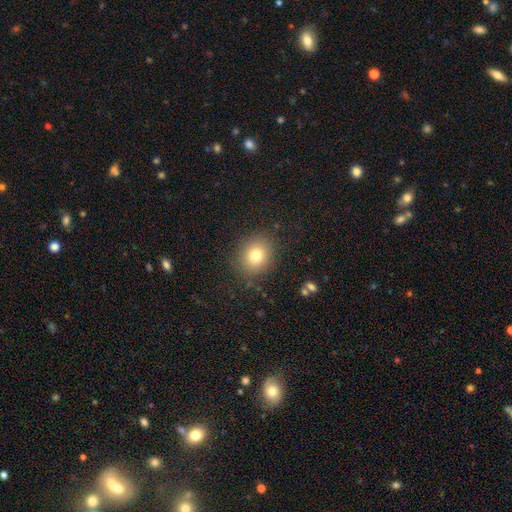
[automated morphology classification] Smooth or featured: smooth — 78% (star or artifact — 13%)
How rounded: round — 75% (in between — 24%)
Merging: none — 85% (minor disturbance — 10%)